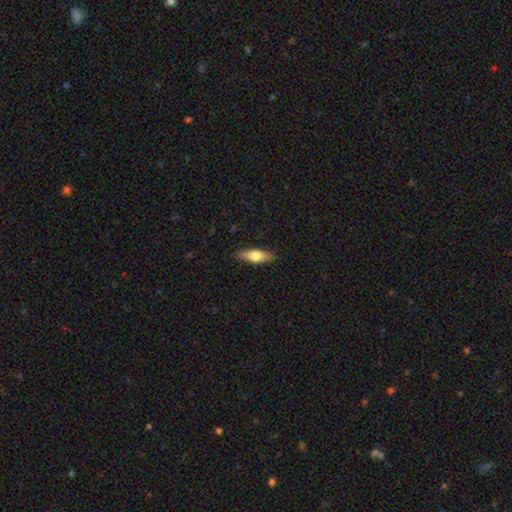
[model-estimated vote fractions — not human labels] Q: Smooth or featured?
A: smooth (62%); runner-up: featured or disk (32%)
Q: How rounded?
A: in between (49%); tied with: cigar-shaped (49%)
Q: Merging?
A: none (87%); runner-up: minor disturbance (10%)